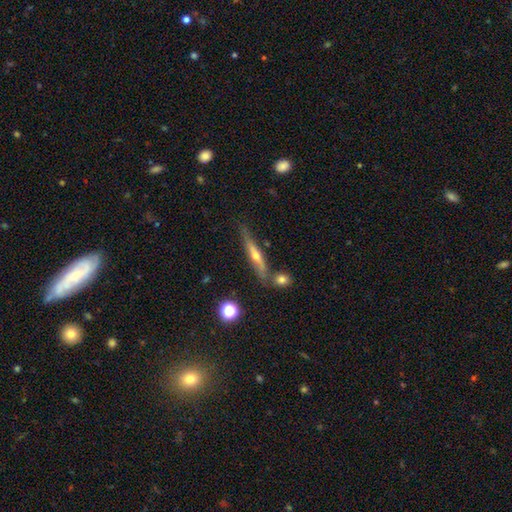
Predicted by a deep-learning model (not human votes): Overall: featured or disk (63%; smooth 30%). Edge-on disk: yes (91%). Edge-on bulge: rounded (83%). Merging: none (70%).